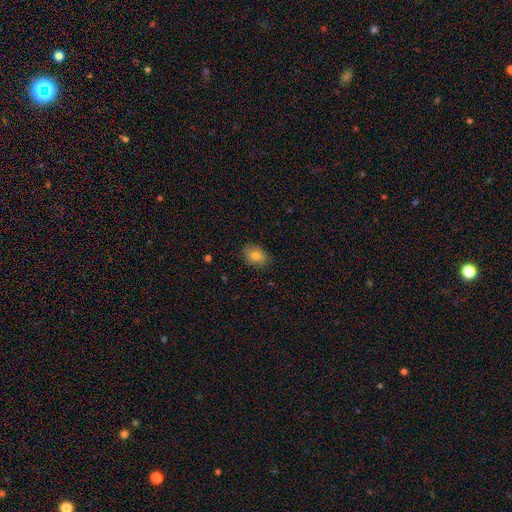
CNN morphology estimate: Smooth or featured? Predicted: smooth (p=0.79). How rounded? Predicted: in between (p=0.66). Merging? Predicted: none (p=0.81).